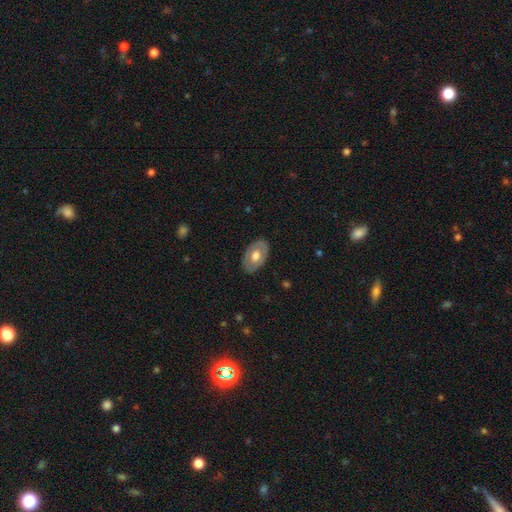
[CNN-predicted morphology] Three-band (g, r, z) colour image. It shows a smooth galaxy with no disk features (55%) that is in between round and cigar-shaped (89%). Merging: none (83%).